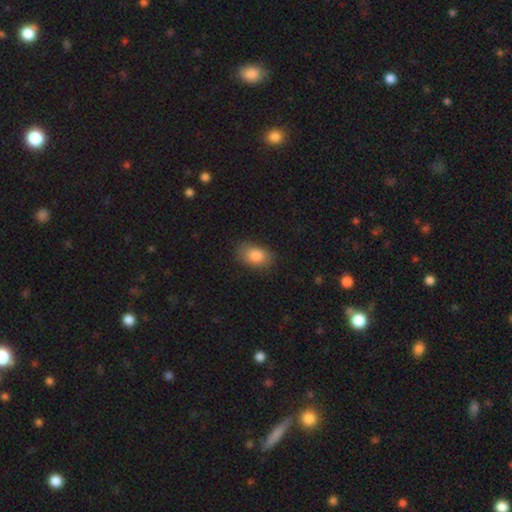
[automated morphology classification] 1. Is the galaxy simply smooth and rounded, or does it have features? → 85% smooth, 8% star or artifact, 8% featured or disk.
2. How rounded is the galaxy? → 86% in between, 12% round, 1% cigar-shaped.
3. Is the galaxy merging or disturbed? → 80% none, 16% minor disturbance, 4% major disturbance, 1% merger.